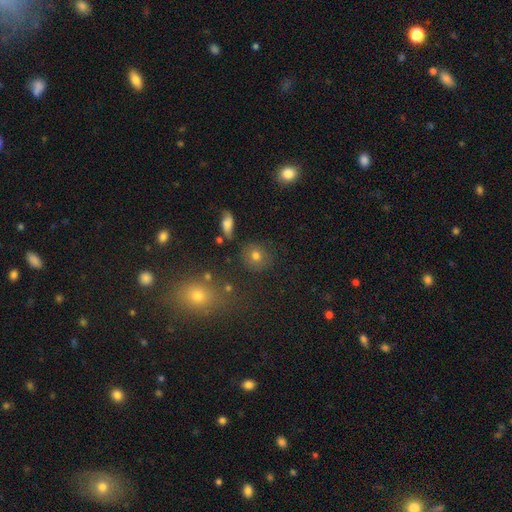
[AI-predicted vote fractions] This is likely a smooth galaxy (76%). How rounded: clearly round (85%). Merging: clearly none (81%).